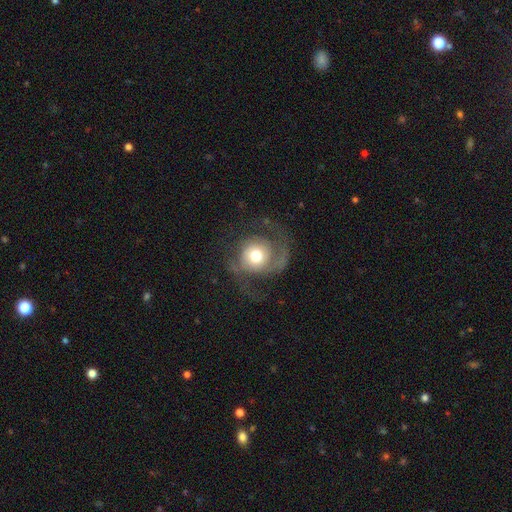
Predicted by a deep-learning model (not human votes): smooth_or_featured: featured or disk (p=0.58) [alt: smooth p=0.34]
disk_edge_on: no (p=0.97) [alt: yes p=0.03]
bar: no (p=0.81) [alt: weak p=0.15]
has_spiral_arms: yes (p=0.78) [alt: no p=0.22]
bulge_size: moderate (p=0.63) [alt: large p=0.21]
merging: none (p=0.45) [alt: major disturbance p=0.37]